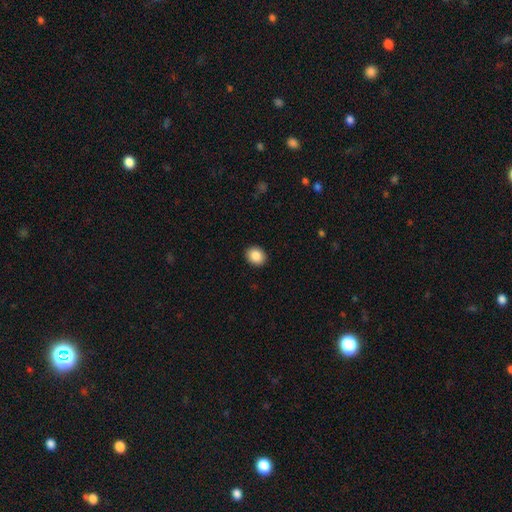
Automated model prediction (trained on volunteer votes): Smooth or featured?
  - smooth: 87% *
  - star or artifact: 8%
  - featured or disk: 5%
How rounded?
  - round: 58% *
  - in between: 41%
  - cigar-shaped: 1%
Merging?
  - none: 92% *
  - minor disturbance: 6%
  - major disturbance: 2%
  - merger: 1%